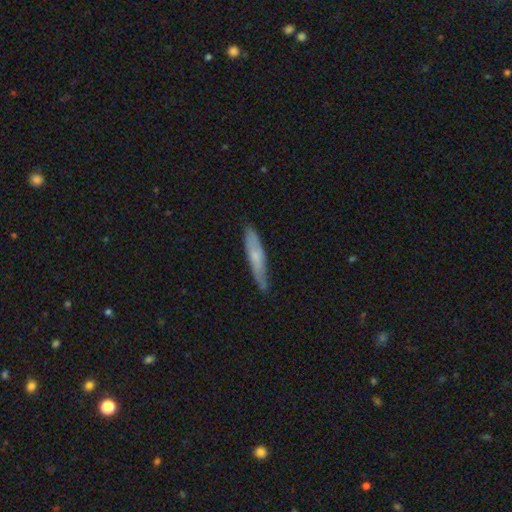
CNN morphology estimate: type=smooth (55%); roundness=cigar-shaped (88%); merging=none (75%).